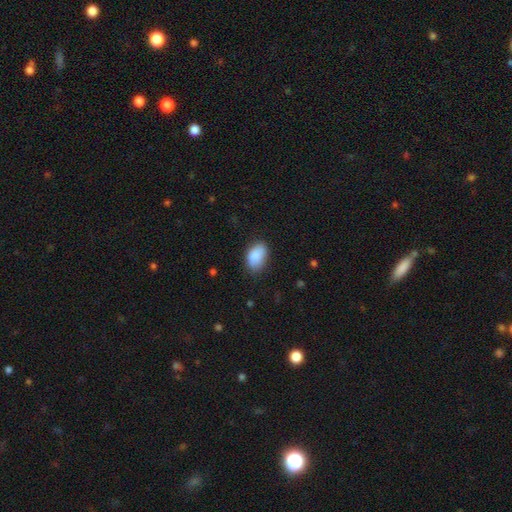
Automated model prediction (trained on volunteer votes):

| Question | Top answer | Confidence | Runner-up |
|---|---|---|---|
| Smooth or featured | smooth | 89% | star or artifact (7%) |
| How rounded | in between | 90% | round (8%) |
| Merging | none | 74% | minor disturbance (20%) |